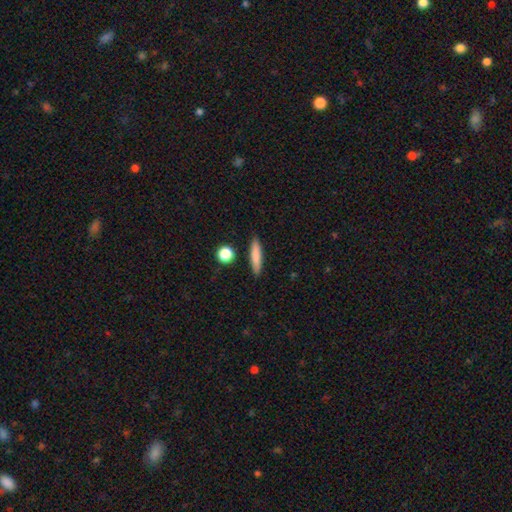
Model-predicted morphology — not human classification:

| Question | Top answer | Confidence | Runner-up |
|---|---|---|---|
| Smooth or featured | smooth | 79% | featured or disk (14%) |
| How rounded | cigar-shaped | 87% | in between (11%) |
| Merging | none | 89% | minor disturbance (7%) |